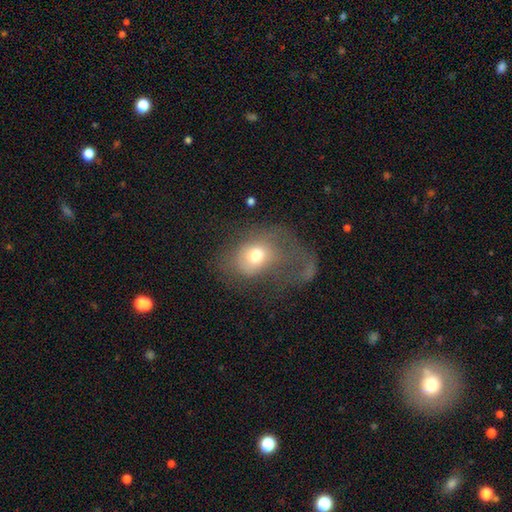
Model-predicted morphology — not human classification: Smooth or featured? smooth (61%)
How rounded? in between (59%)
Merging? major disturbance (63%)